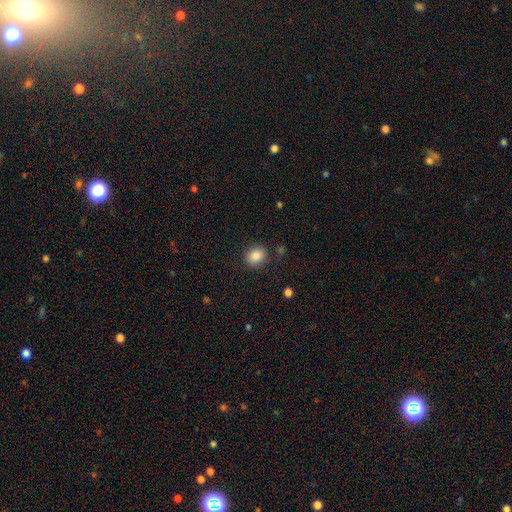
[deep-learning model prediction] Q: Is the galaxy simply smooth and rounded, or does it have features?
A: smooth — 86%.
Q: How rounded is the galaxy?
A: round — 65%.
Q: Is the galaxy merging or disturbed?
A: none — 85%.